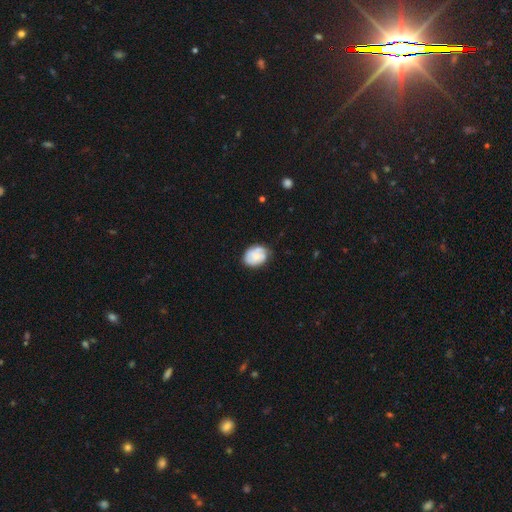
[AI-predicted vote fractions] This appears to be a smooth galaxy with no disk features (58%) that is in between round and cigar-shaped (70%). Merging: none (59%).